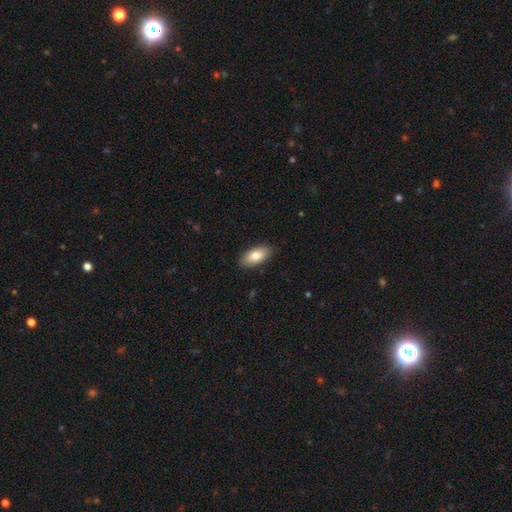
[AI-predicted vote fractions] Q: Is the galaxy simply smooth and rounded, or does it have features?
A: smooth — 79%.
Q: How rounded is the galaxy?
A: in between — 89%.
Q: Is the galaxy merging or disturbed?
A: none — 88%.